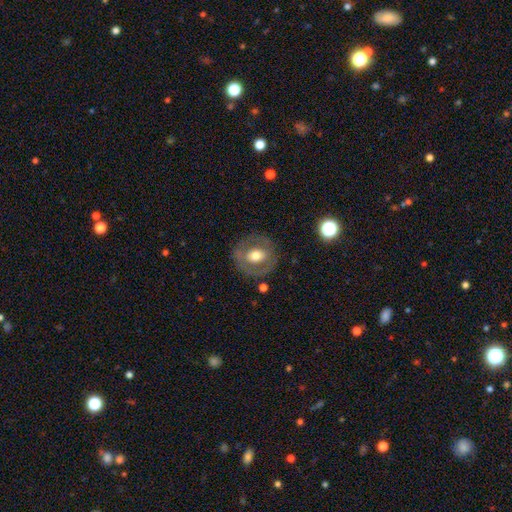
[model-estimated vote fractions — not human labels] Smooth or featured?
  - smooth: 47% *
  - featured or disk: 46%
  - star or artifact: 7%
Merging?
  - none: 80% *
  - minor disturbance: 12%
  - major disturbance: 7%
  - merger: 2%